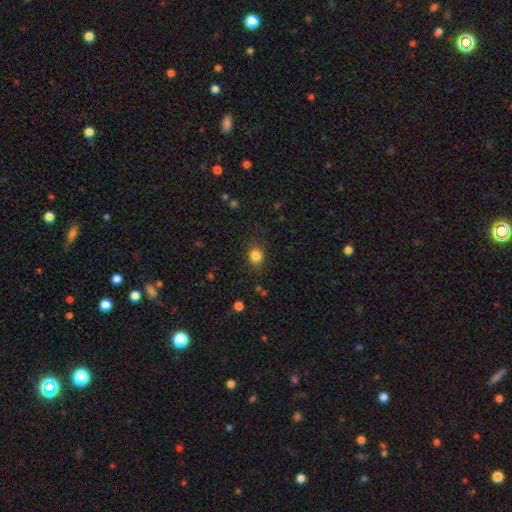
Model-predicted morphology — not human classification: smooth 84%, star or artifact 11%, featured or disk 5%. Down the decision tree: how rounded — round (58%); merging — none (83%).